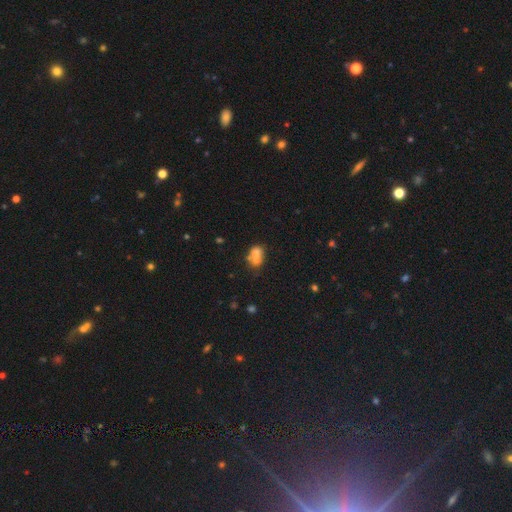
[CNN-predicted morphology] smooth 68%, featured or disk 21%, star or artifact 11%. Down the decision tree: how rounded — in between (73%); merging — merger (45%).